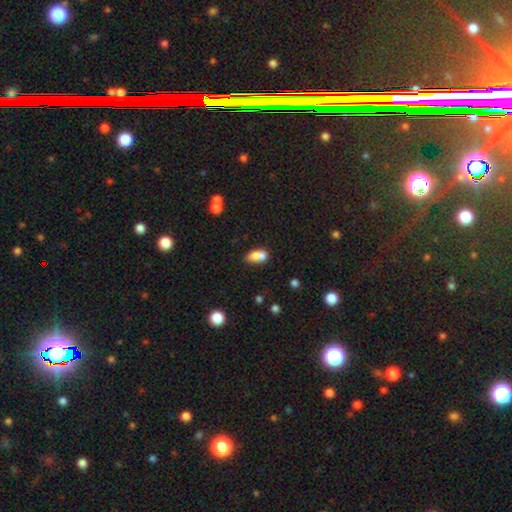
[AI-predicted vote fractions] Smooth or featured?
  - smooth: 73% *
  - featured or disk: 17%
  - star or artifact: 10%
How rounded?
  - in between: 79% *
  - round: 15%
  - cigar-shaped: 6%
Merging?
  - merger: 51% *
  - none: 31%
  - minor disturbance: 12%
  - major disturbance: 5%